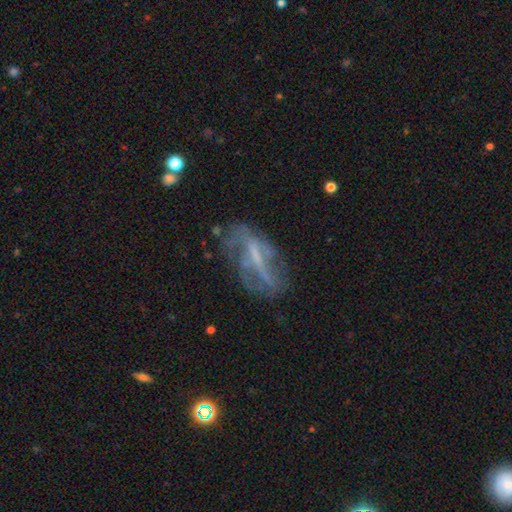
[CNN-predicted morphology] Q: Smooth or featured?
A: featured or disk (68%); runner-up: smooth (21%)
Q: Edge-on disk?
A: no (85%); runner-up: yes (15%)
Q: Bar?
A: strong (37%); runner-up: weak (34%)
Q: Spiral arms?
A: yes (55%); runner-up: no (45%)
Q: Bulge size?
A: none (49%); runner-up: small (30%)
Q: Merging?
A: none (49%); runner-up: major disturbance (24%)